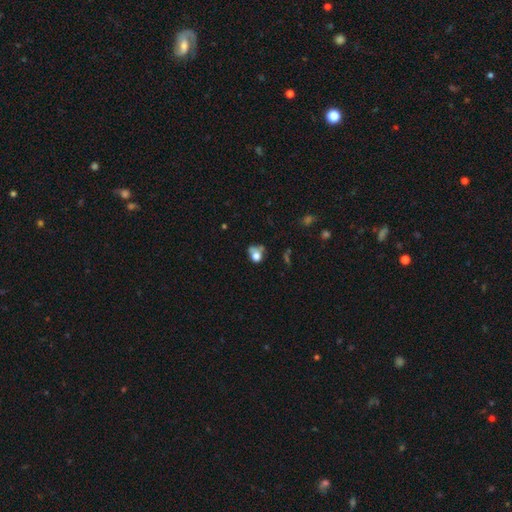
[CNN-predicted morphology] This appears to be a smooth galaxy with no disk features (69%) that is round (56%). Merging: none (35%).